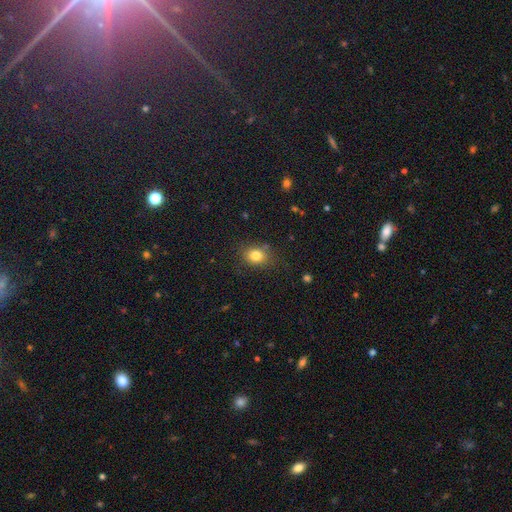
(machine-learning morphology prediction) A smooth galaxy with no disk features (81%) that is round (54%). Merging: none (81%).